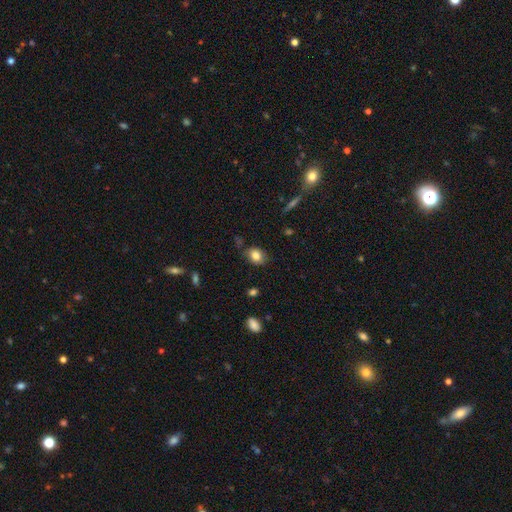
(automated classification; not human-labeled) Smooth or featured: smooth — 81% (star or artifact — 10%)
How rounded: in between — 59% (round — 40%)
Merging: none — 76% (minor disturbance — 18%)